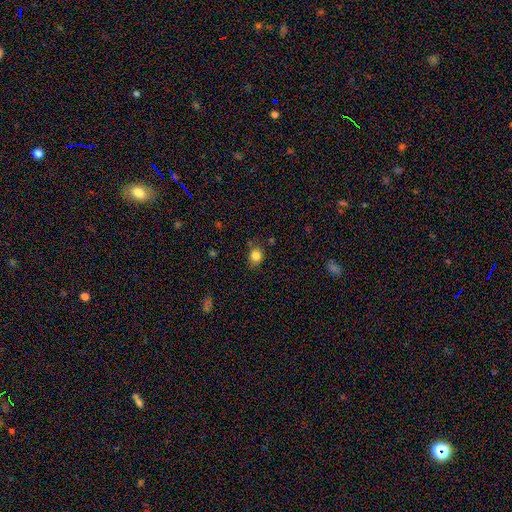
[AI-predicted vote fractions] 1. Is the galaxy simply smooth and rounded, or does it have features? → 84% smooth, 11% star or artifact, 5% featured or disk.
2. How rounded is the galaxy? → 66% round, 33% in between, 1% cigar-shaped.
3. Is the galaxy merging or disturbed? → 76% none, 17% minor disturbance, 4% major disturbance, 4% merger.